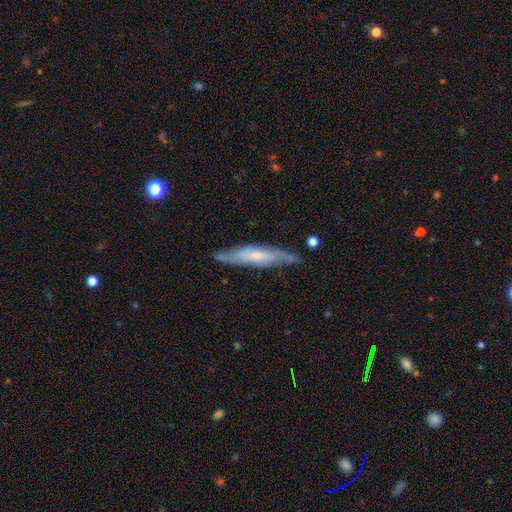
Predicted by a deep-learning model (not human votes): featured or disk 62%, smooth 32%, star or artifact 6%. Down the decision tree: edge-on disk — yes (60%); merging — none (74%).